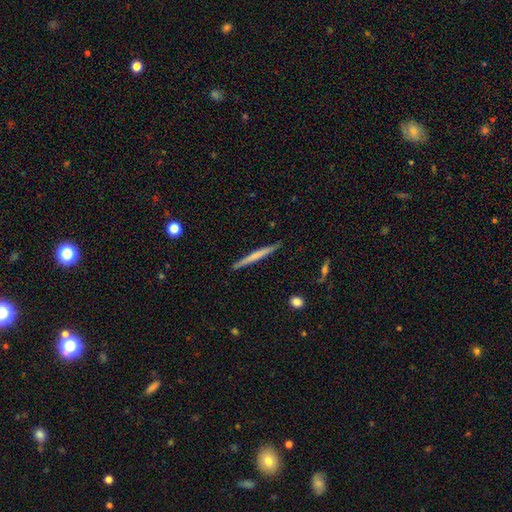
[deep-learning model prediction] Morphology: type=smooth (53%); roundness=cigar-shaped (97%); merging=none (90%).